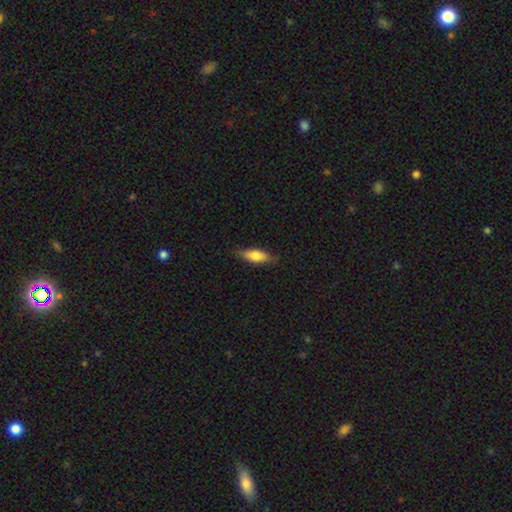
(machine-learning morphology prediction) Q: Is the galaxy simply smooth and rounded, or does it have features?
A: smooth — 75%.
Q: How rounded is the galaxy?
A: in between — 64%.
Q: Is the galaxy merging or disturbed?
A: none — 82%.